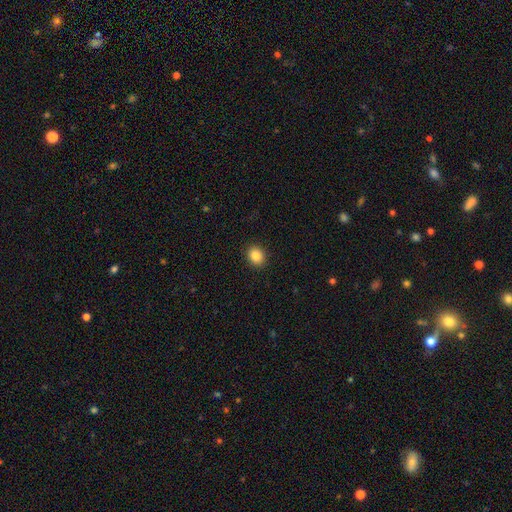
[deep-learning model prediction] Smooth or featured: smooth — 86% (star or artifact — 10%)
How rounded: round — 61% (in between — 38%)
Merging: none — 91% (minor disturbance — 6%)